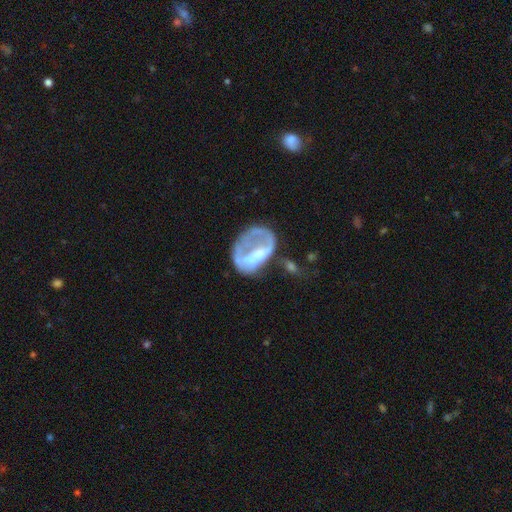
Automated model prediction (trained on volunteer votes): Smooth or featured: featured or disk — 60% (smooth — 32%)
Edge-on disk: no — 97% (yes — 3%)
Bar: no — 70% (weak — 21%)
Spiral arms: no — 70% (yes — 30%)
Bulge size: none — 39% (moderate — 28%)
Merging: major disturbance — 45% (none — 23%)